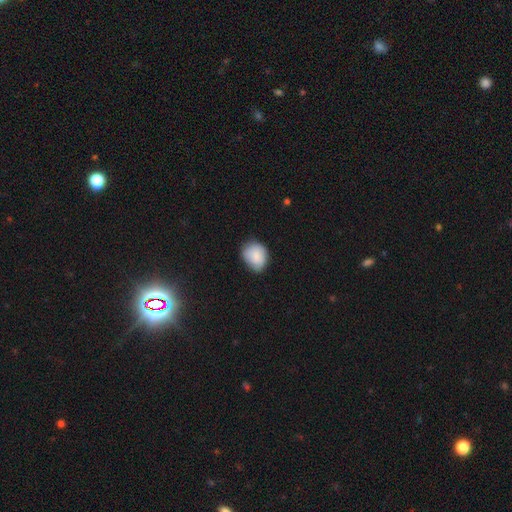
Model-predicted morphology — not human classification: Q: Smooth or featured?
A: smooth (86%); runner-up: featured or disk (7%)
Q: How rounded?
A: round (50%); runner-up: in between (49%)
Q: Merging?
A: none (67%); runner-up: minor disturbance (27%)